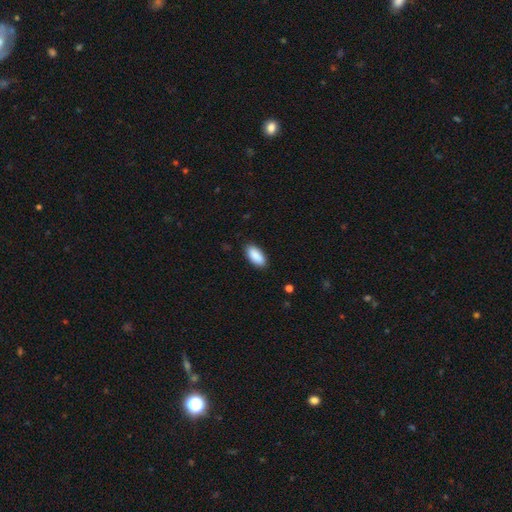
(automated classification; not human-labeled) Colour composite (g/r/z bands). It shows a smooth galaxy with no disk features (90%) that is in between round and cigar-shaped (91%). Merging: none (88%).